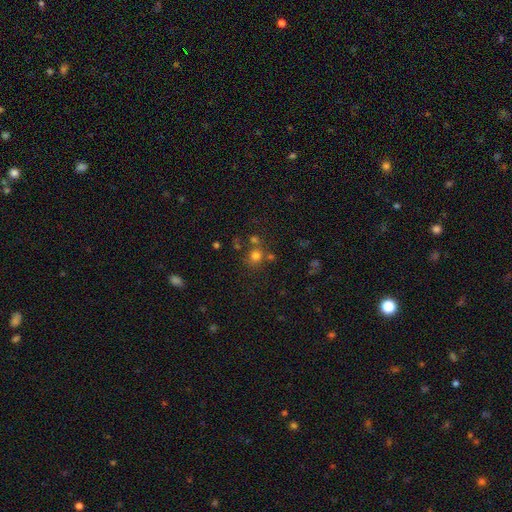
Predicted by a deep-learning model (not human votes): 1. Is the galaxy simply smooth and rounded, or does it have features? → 72% smooth, 19% star or artifact, 9% featured or disk.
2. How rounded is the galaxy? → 85% round, 14% in between, 1% cigar-shaped.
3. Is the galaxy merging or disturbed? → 64% none, 20% merger, 10% minor disturbance, 5% major disturbance.